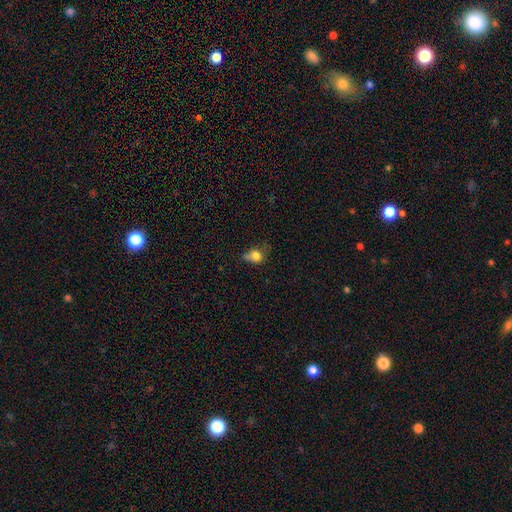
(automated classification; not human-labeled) A smooth galaxy with no disk features (76%) that is round (60%). Merging: none (35%).